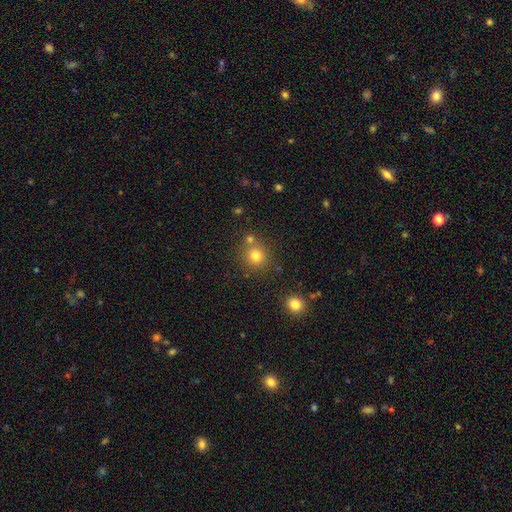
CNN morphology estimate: Q: Smooth or featured?
A: smooth (78%); runner-up: star or artifact (15%)
Q: How rounded?
A: round (91%); runner-up: in between (8%)
Q: Merging?
A: none (73%); runner-up: merger (16%)